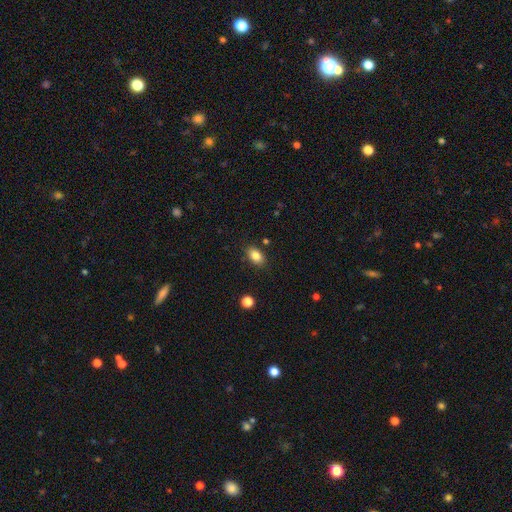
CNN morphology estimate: Q: Smooth or featured?
A: smooth (85%); runner-up: star or artifact (9%)
Q: How rounded?
A: in between (87%); runner-up: round (11%)
Q: Merging?
A: none (84%); runner-up: minor disturbance (11%)